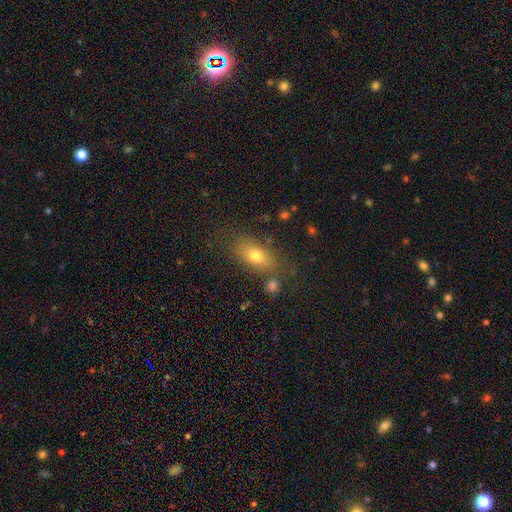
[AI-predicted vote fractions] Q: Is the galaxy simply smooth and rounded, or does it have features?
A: smooth — 74%.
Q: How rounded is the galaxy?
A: in between — 80%.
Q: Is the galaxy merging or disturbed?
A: none — 72%.